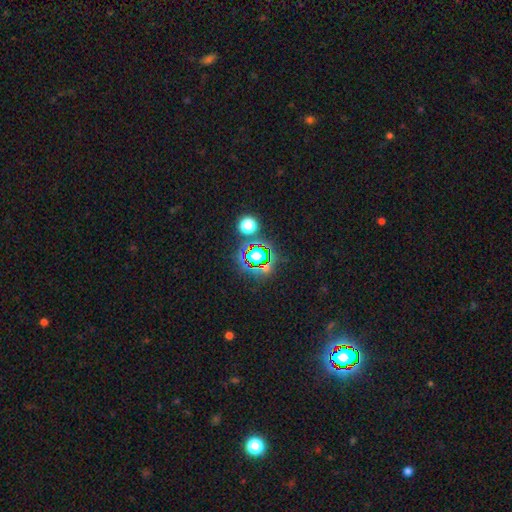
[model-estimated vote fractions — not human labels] Smooth or featured? Predicted: star or artifact (p=0.66).